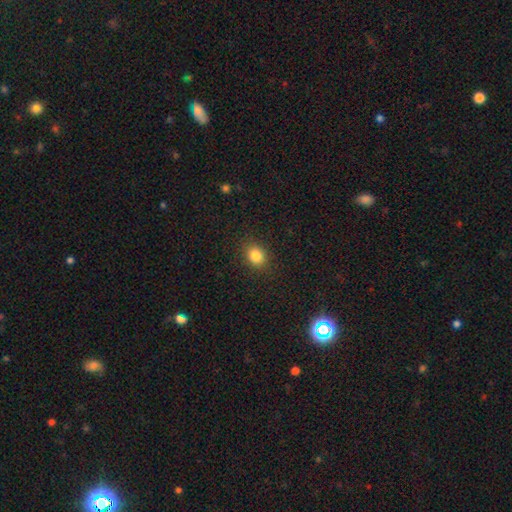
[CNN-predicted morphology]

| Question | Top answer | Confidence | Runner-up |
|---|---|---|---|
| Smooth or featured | smooth | 83% | star or artifact (11%) |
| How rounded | round | 54% | in between (44%) |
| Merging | none | 88% | minor disturbance (9%) |